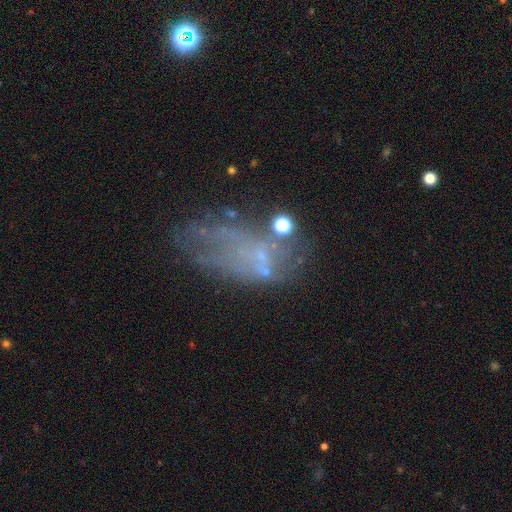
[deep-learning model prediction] featured or disk 49%, smooth 28%, star or artifact 24%. Down the decision tree: merging — none (40%).